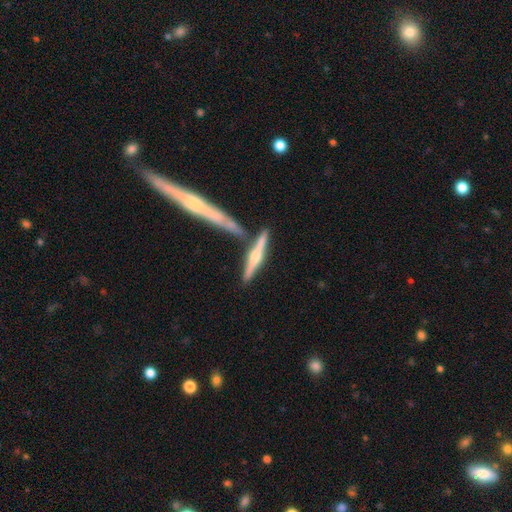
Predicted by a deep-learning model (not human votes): The model was most divided on "smooth or featured": featured or disk: 66%, smooth: 27%, star or artifact: 7%. More confident: edge-on disk — yes (96%); edge-on bulge — rounded (80%); merging — none (65%).